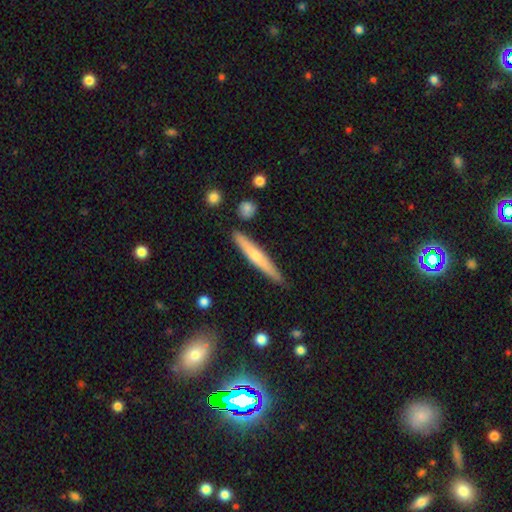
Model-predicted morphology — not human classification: Smooth or featured? smooth (53%)
How rounded? cigar-shaped (95%)
Merging? none (85%)